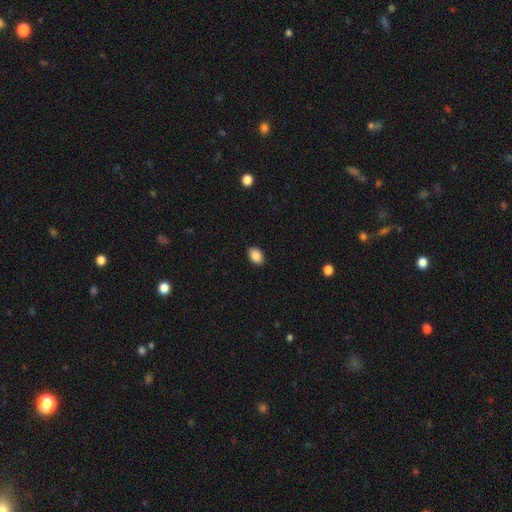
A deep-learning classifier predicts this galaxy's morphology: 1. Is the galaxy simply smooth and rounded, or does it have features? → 87% smooth, 8% star or artifact, 5% featured or disk.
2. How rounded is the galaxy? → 84% in between, 15% round, 1% cigar-shaped.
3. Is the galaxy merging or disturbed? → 90% none, 7% minor disturbance, 2% major disturbance, 1% merger.